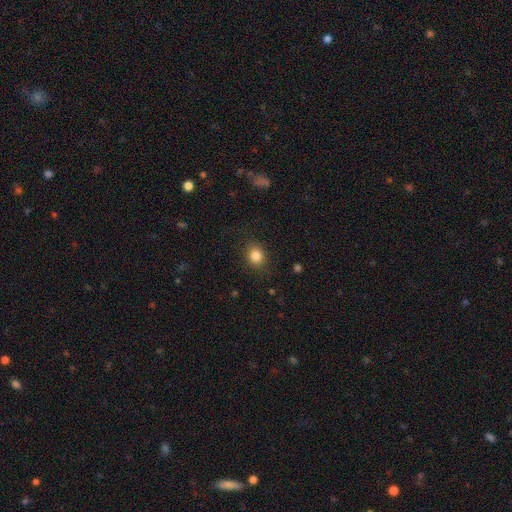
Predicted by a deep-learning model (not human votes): A smooth galaxy with no disk features (84%) that is round (65%). Merging: none (86%).